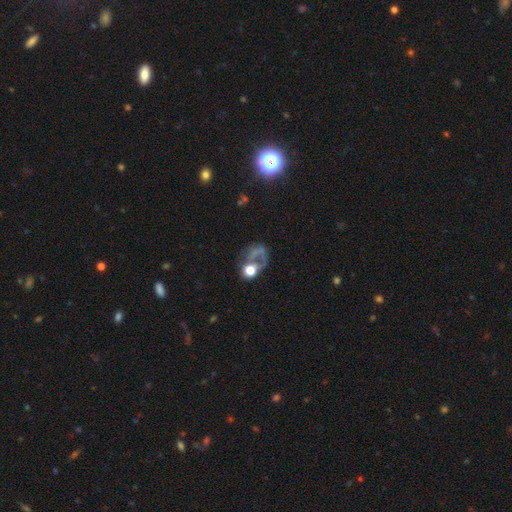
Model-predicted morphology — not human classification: type=featured or disk (37%, tied with smooth); merging=major disturbance (38%).